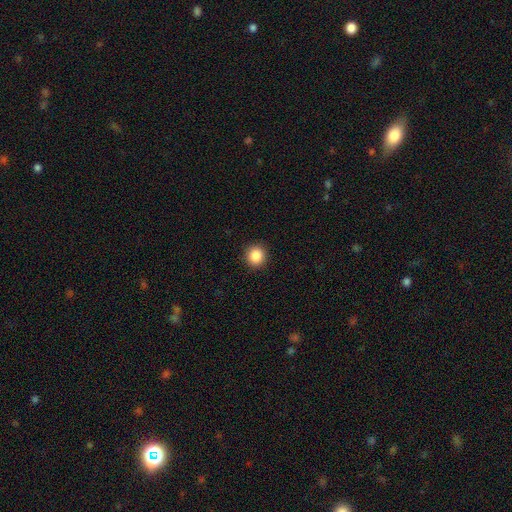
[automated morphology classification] Smooth or featured?
  - smooth: 87% *
  - star or artifact: 10%
  - featured or disk: 3%
How rounded?
  - round: 91% *
  - in between: 8%
  - cigar-shaped: 1%
Merging?
  - none: 92% *
  - minor disturbance: 5%
  - major disturbance: 2%
  - merger: 1%